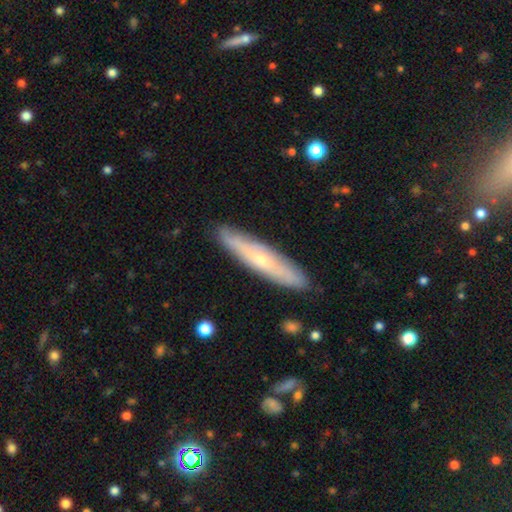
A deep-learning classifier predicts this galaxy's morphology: The model was most divided on "smooth or featured": featured or disk: 53%, smooth: 41%, star or artifact: 6%. More confident: merging — none (89%); edge-on disk — yes (73%).